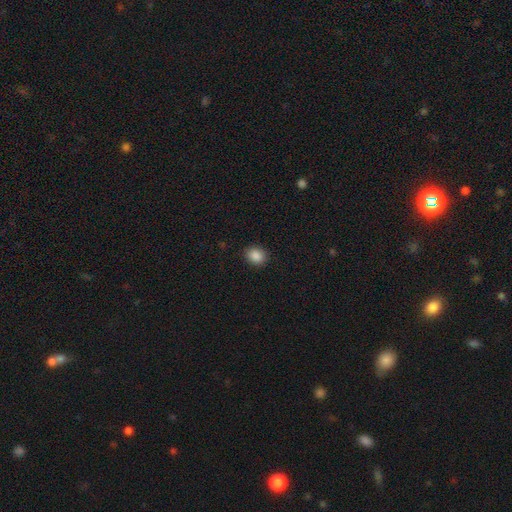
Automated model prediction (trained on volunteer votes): A smooth galaxy with no disk features (88%) that is round (55%).

Vote fractions:
- Smooth or featured? smooth: 88% / star or artifact: 9% / featured or disk: 3%
- How rounded? round: 55% / in between: 44% / cigar-shaped: 1%
- Merging? none: 89% / minor disturbance: 8% / major disturbance: 2% / merger: 1%